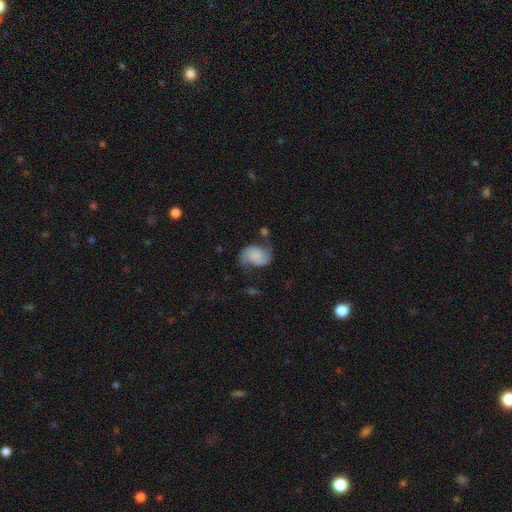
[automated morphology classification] type=featured or disk (63%); edge-on=no (98%); bar=no (69%); spiral arms=yes (93%); winding=loose (50%); arm count=2 (91%); bulge=none (52%); merging=none (57%).